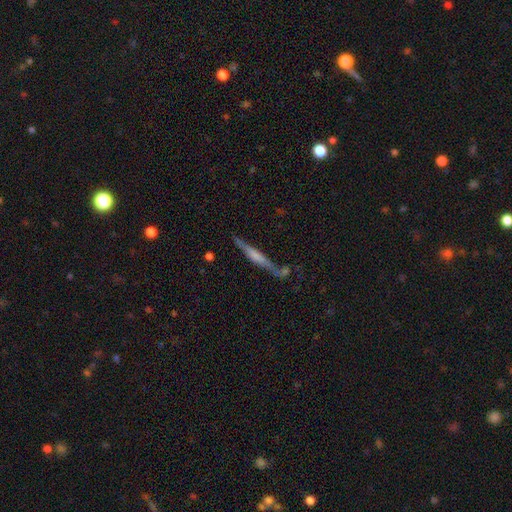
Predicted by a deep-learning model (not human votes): Smooth or featured: featured or disk — 58% (smooth — 35%)
Edge-on disk: yes — 93% (no — 7%)
Edge-on bulge: none — 34% (tied with boxy — 34%)
Merging: none — 62% (minor disturbance — 19%)